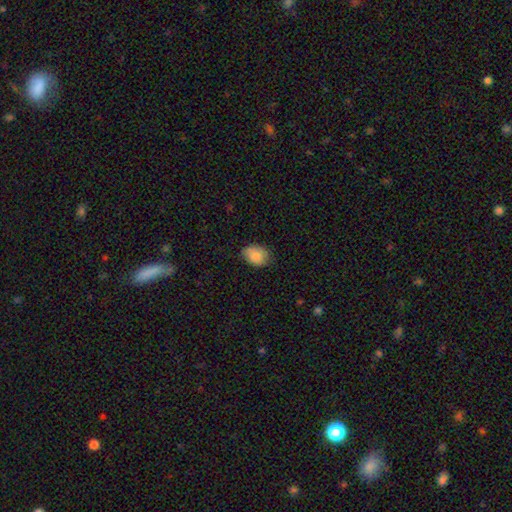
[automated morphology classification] Smooth or featured? smooth (85%)
How rounded? in between (69%)
Merging? none (69%)